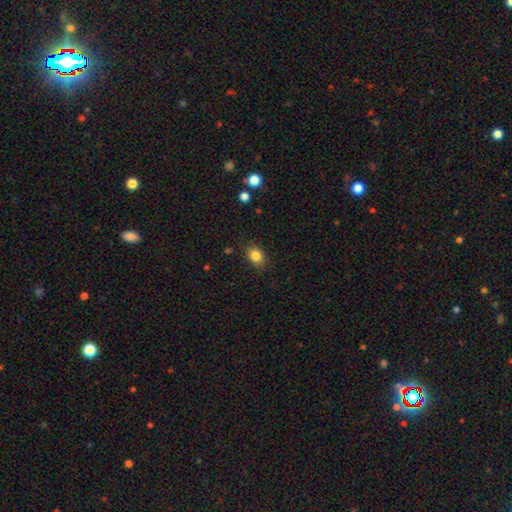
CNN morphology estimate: This appears to be a smooth galaxy with no disk features (85%) that is in between round and cigar-shaped (62%). Merging: none (85%).